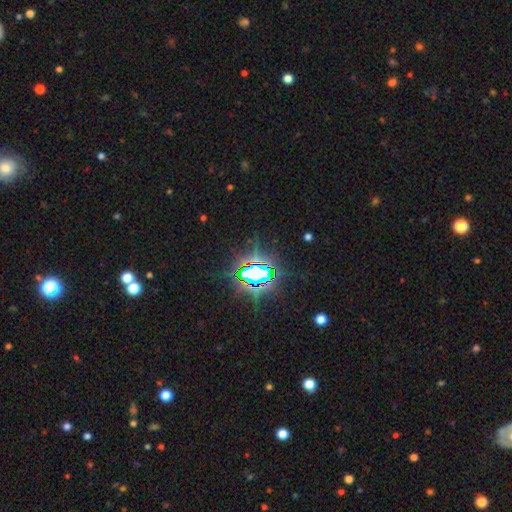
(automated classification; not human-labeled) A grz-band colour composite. It shows a star or artifact, not a galaxy (84%).